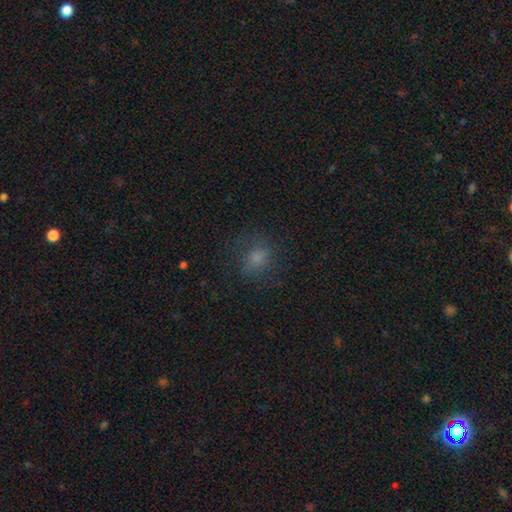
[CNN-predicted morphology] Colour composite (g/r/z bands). It shows a smooth galaxy with no disk features (54%) that is round (65%). Merging: none (72%).